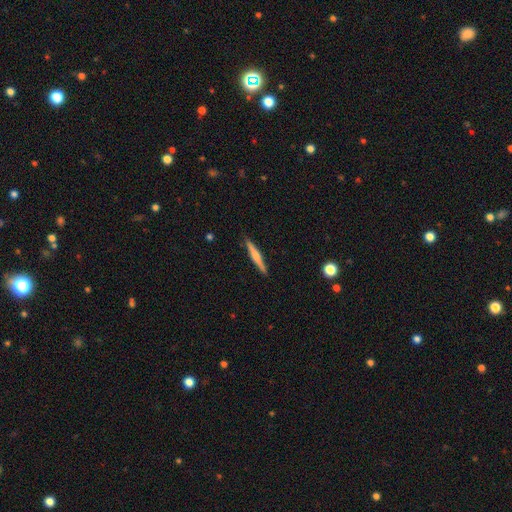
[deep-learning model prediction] Smooth or featured? smooth (50%)
Merging? none (89%)